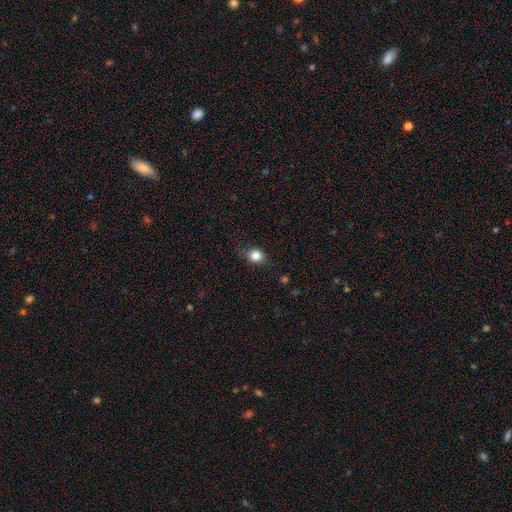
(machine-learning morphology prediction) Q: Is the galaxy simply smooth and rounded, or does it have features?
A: smooth — 82%.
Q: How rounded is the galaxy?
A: round — 67%.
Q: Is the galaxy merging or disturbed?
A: none — 78%.